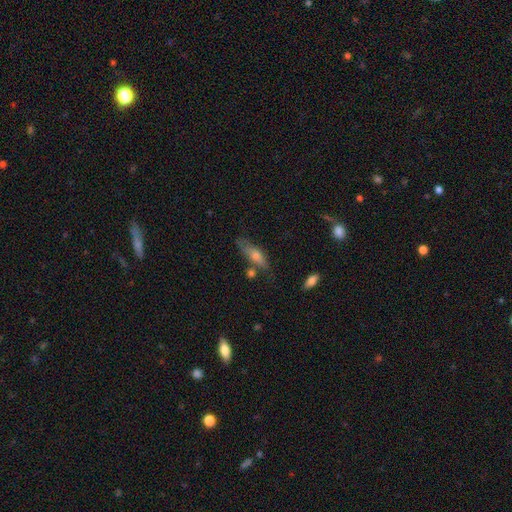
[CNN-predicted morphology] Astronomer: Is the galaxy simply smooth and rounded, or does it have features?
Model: smooth — 53% (runner-up: featured or disk, 37%).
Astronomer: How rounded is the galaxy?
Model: cigar-shaped — 51% (runner-up: in between, 45%).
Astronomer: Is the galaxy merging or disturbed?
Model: none — 59%.